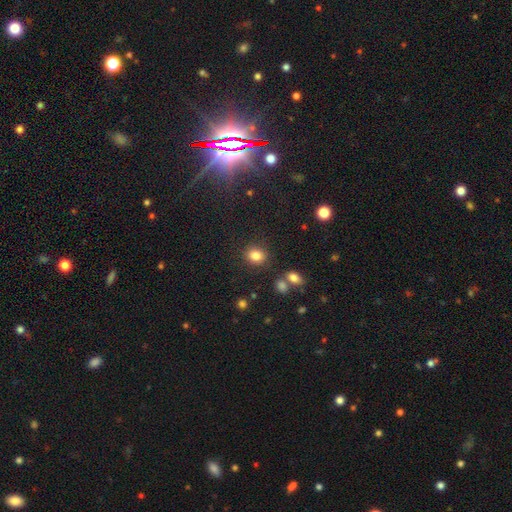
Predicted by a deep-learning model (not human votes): The model was most divided on "how rounded": round: 62%, in between: 37%, cigar-shaped: 1%. More confident: smooth or featured — smooth (83%); merging — none (82%).